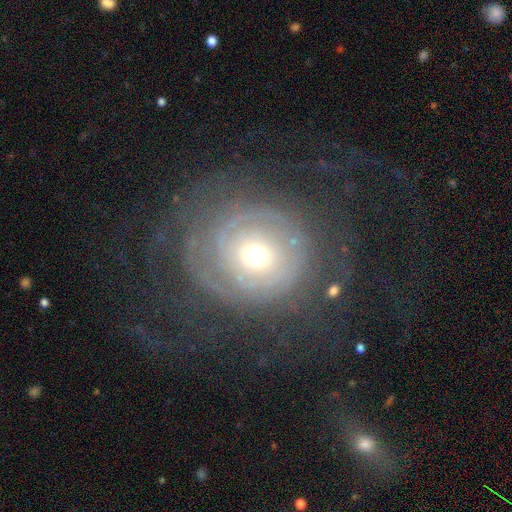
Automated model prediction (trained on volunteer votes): Smooth or featured? featured or disk (75%)
Edge-on disk? no (97%)
Bar? no (81%)
Spiral arms? yes (80%)
Spiral winding? tight (72%)
Spiral arm count? can't tell (48%)
Bulge size? moderate (64%)
Merging? none (67%)